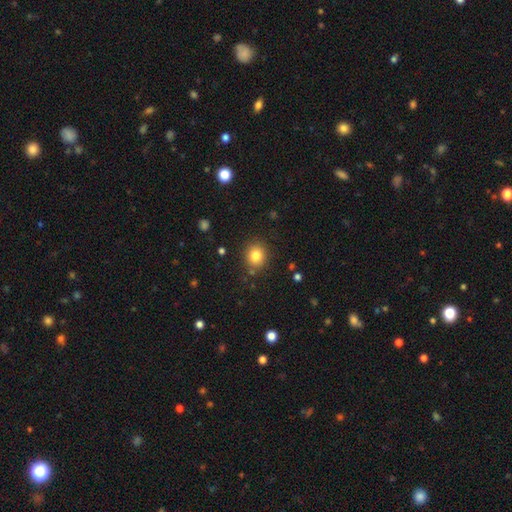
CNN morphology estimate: smooth_or_featured: smooth (p=0.81) [alt: star or artifact p=0.12]
how_rounded: round (p=0.81) [alt: in between p=0.18]
merging: none (p=0.85) [alt: minor disturbance p=0.09]